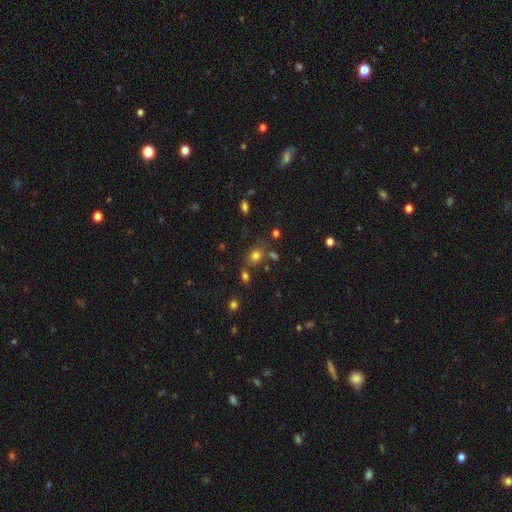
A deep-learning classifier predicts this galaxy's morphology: Overall: smooth (75%). How rounded: round (56%; in between 43%). Merging: none (65%).